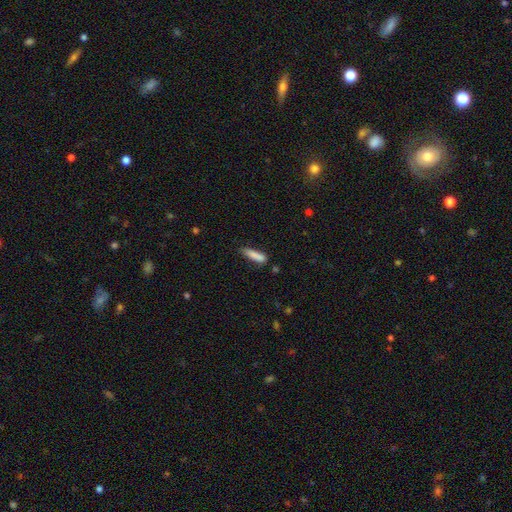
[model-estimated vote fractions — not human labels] Smooth or featured? Predicted: smooth (p=0.85). How rounded? Predicted: cigar-shaped (p=0.78). Merging? Predicted: none (p=0.70).